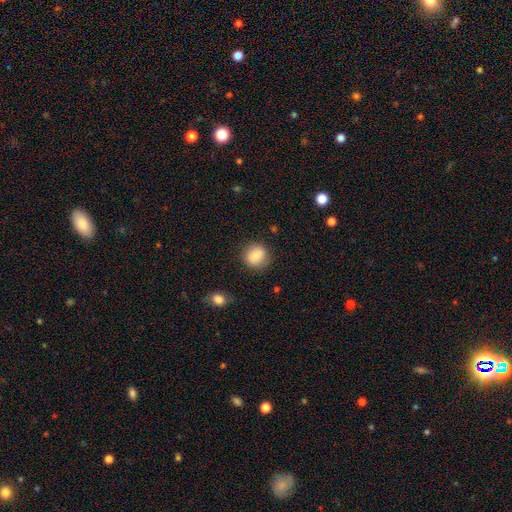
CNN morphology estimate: The model was most divided on "smooth or featured": smooth: 78%, featured or disk: 13%, star or artifact: 9%. More confident: how rounded — round (87%); merging — none (82%).